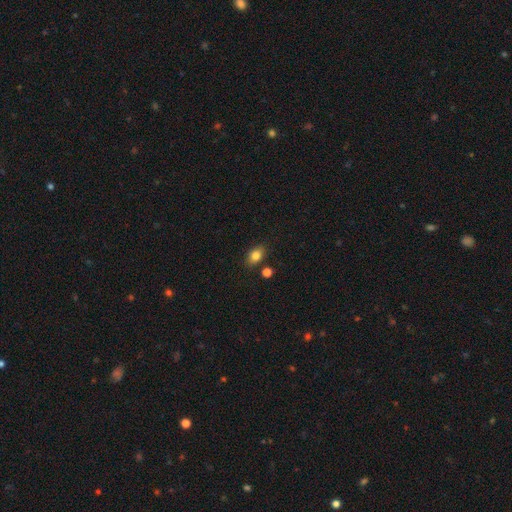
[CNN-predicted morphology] smooth 82%, star or artifact 10%, featured or disk 8%. Down the decision tree: how rounded — in between (77%); merging — none (80%).